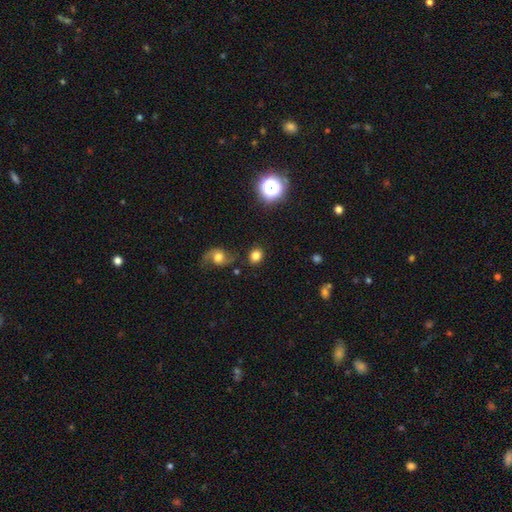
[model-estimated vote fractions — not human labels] Smooth or featured? Predicted: smooth (p=0.78). How rounded? Predicted: round (p=0.66). Merging? Predicted: none (p=0.79).